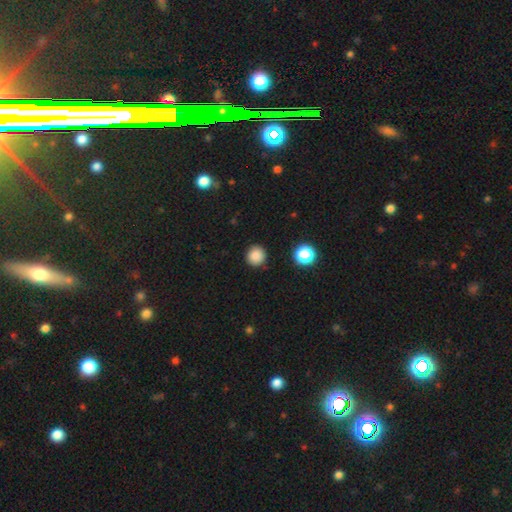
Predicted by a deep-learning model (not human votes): Smooth or featured: smooth — 85% (star or artifact — 11%)
How rounded: round — 94% (in between — 5%)
Merging: none — 90% (minor disturbance — 6%)